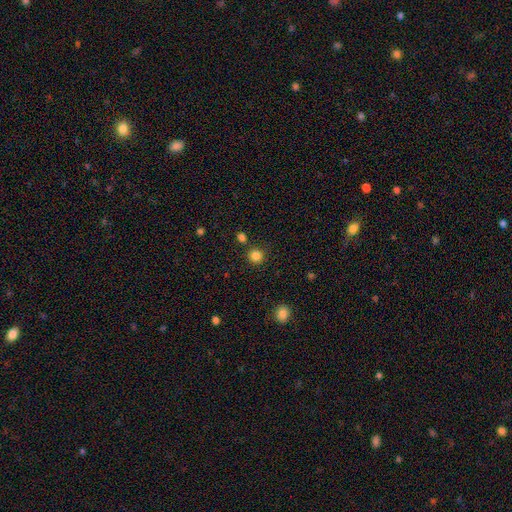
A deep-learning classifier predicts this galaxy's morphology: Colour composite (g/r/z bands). It shows a smooth galaxy with no disk features (84%) that is round (94%). Merging: none (85%).